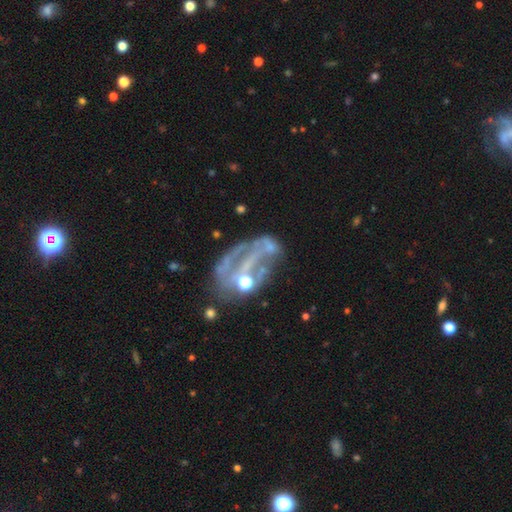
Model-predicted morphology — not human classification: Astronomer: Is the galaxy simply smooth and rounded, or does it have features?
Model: featured or disk — 66%.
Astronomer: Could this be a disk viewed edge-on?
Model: no — 94%.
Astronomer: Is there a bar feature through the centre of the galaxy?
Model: no — 68%.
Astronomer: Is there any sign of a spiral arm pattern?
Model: no — 64%.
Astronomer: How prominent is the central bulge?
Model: moderate — 34% (runner-up: none, 31%).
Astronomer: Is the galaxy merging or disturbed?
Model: major disturbance — 37% (runner-up: none, 30%).